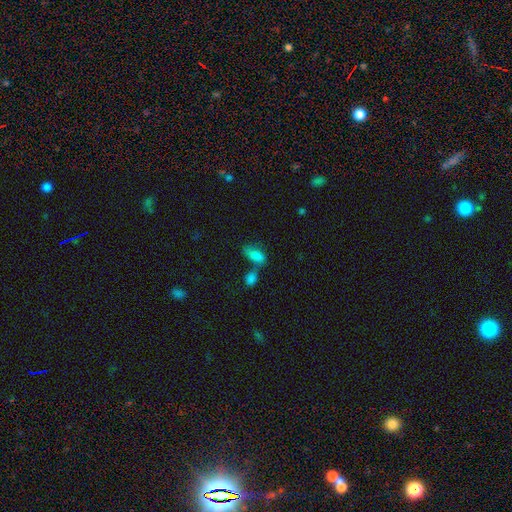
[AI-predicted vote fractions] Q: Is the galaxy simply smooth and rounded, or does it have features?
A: smooth — 81%.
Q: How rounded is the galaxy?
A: in between — 85%.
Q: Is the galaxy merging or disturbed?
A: merger — 45%.